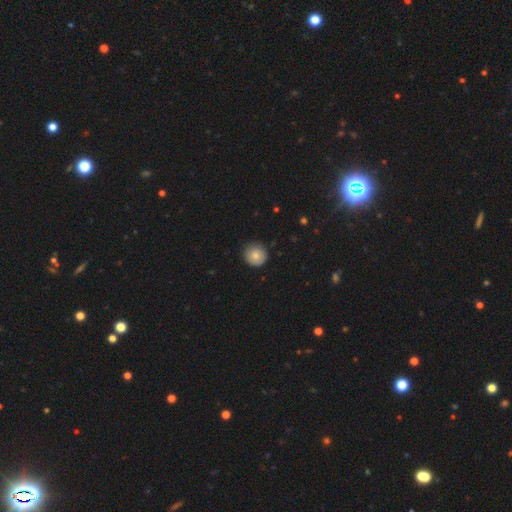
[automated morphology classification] The model was most divided on "smooth or featured": smooth: 79%, featured or disk: 13%, star or artifact: 8%. More confident: how rounded — round (93%); merging — none (86%).